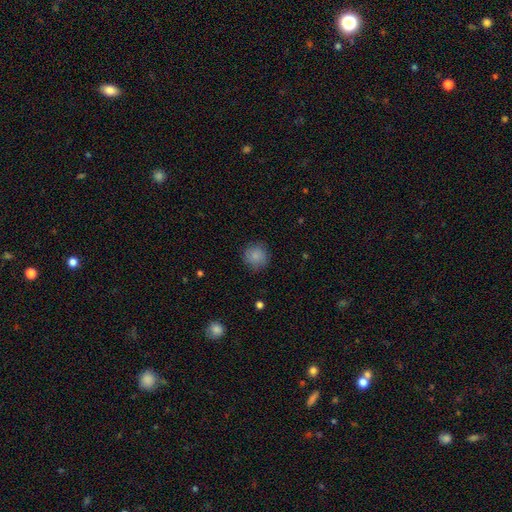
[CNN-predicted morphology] Smooth or featured? Predicted: smooth (p=0.86). How rounded? Predicted: round (p=0.92). Merging? Predicted: none (p=0.85).